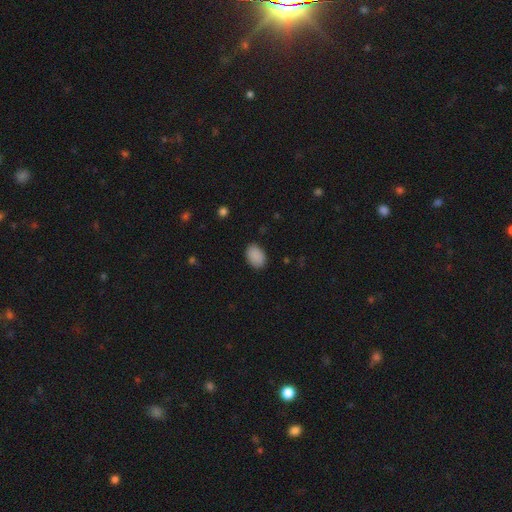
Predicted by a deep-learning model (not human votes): A smooth galaxy with no disk features (89%) that is in between round and cigar-shaped (81%). Merging: none (85%).